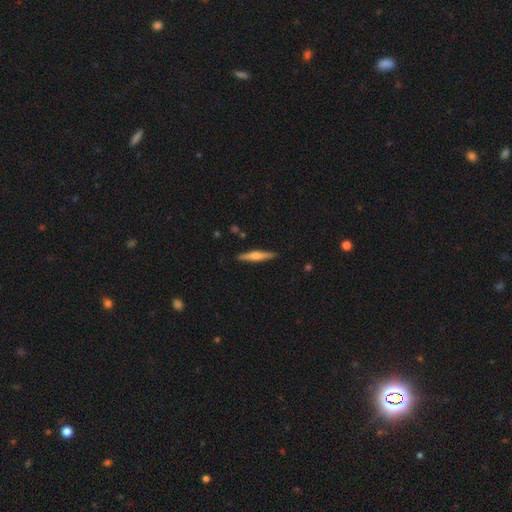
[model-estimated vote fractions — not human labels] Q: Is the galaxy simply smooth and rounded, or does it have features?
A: featured or disk — 50%.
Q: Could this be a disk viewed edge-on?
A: yes — 96%.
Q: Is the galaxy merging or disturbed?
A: none — 90%.